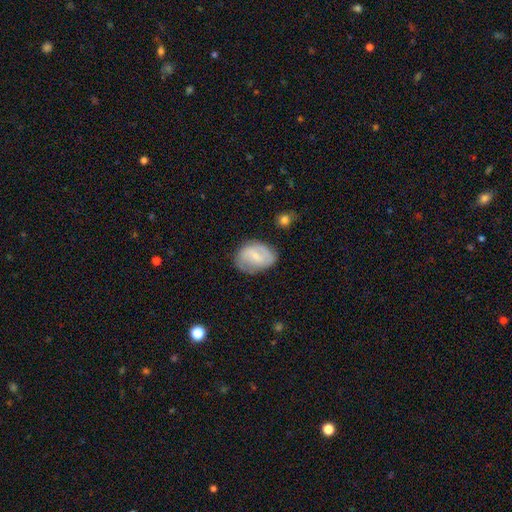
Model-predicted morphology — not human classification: A smooth galaxy with no disk features (50%). Merging: none (66%).